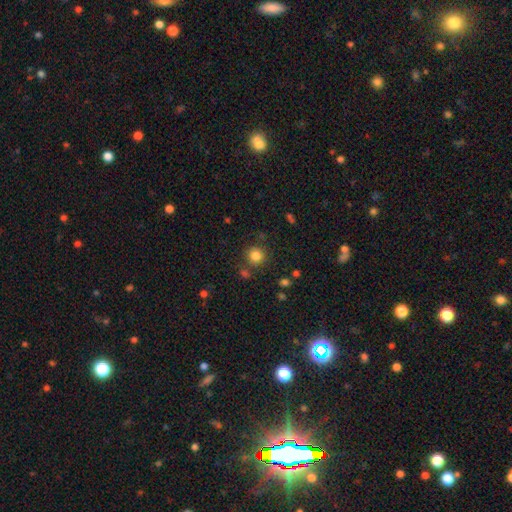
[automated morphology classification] Smooth or featured? smooth (82%)
How rounded? round (92%)
Merging? none (80%)